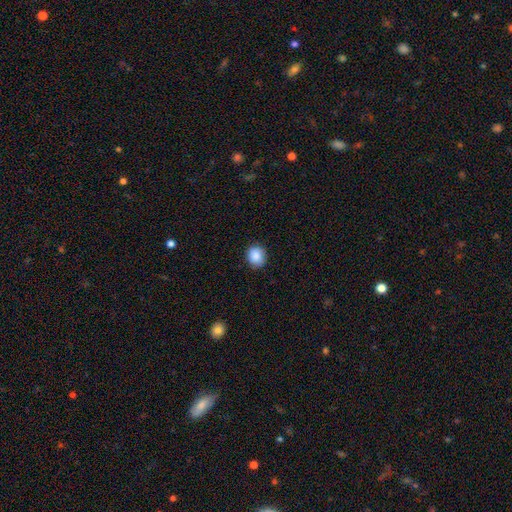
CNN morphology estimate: Smooth or featured: smooth — 88% (star or artifact — 8%)
How rounded: round — 77% (in between — 22%)
Merging: none — 87% (minor disturbance — 10%)